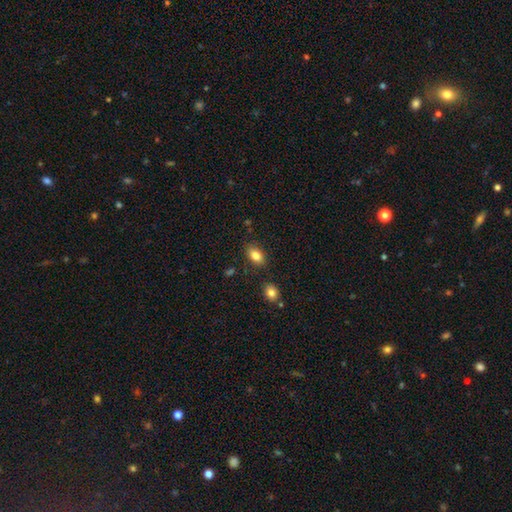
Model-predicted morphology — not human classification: Smooth or featured? Predicted: smooth (p=0.84). How rounded? Predicted: in between (p=0.88). Merging? Predicted: none (p=0.82).